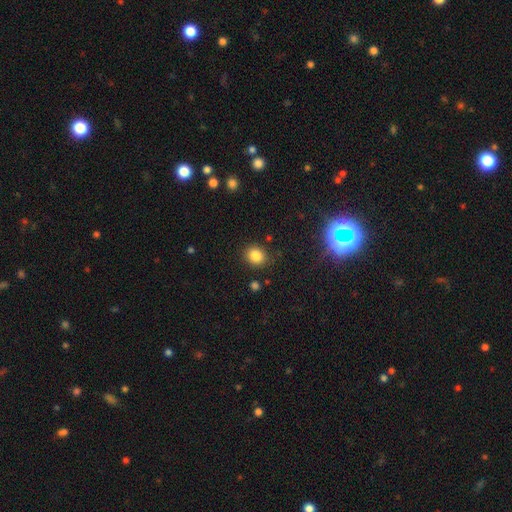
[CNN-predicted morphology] The model was most divided on "how rounded": round: 74%, in between: 25%, cigar-shaped: 1%. More confident: merging — none (86%); smooth or featured — smooth (83%).